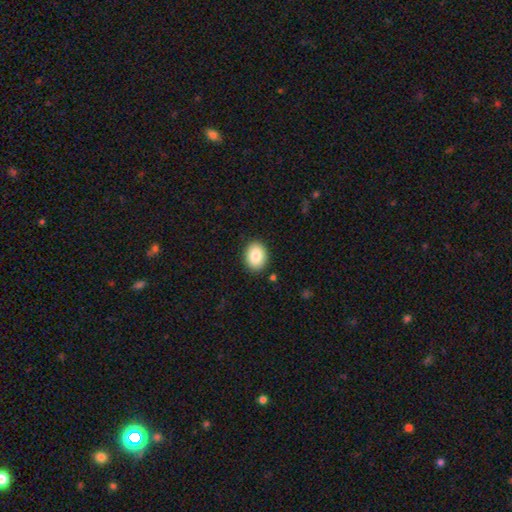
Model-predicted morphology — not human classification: The model was most divided on "how rounded": in between: 65%, round: 34%, cigar-shaped: 1%. More confident: merging — none (89%); smooth or featured — smooth (87%).